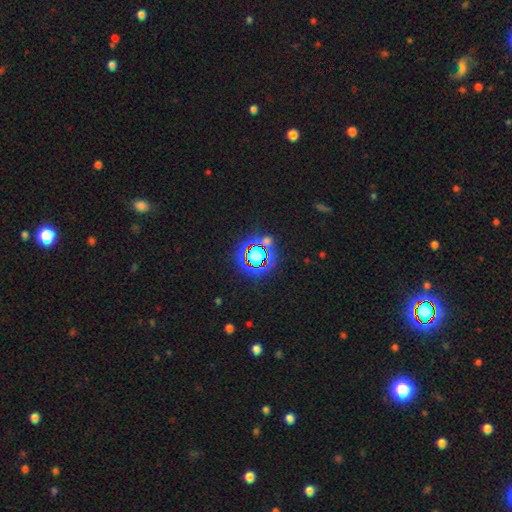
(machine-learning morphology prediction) This appears to be a star or artifact, not a galaxy (66%).